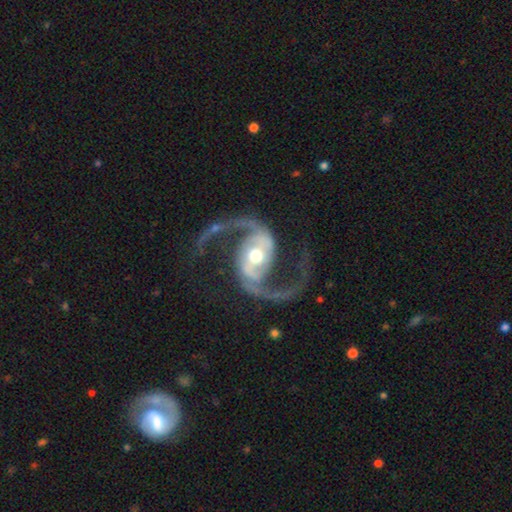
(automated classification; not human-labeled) Q: Smooth or featured?
A: featured or disk (94%); runner-up: star or artifact (4%)
Q: Edge-on disk?
A: no (98%); runner-up: yes (2%)
Q: Bar?
A: no (37%); runner-up: weak (32%)
Q: Spiral arms?
A: yes (98%); runner-up: no (2%)
Q: Spiral winding?
A: medium (52%); runner-up: loose (40%)
Q: Spiral arm count?
A: 2 (95%); runner-up: can't tell (1%)
Q: Bulge size?
A: moderate (70%); runner-up: small (16%)
Q: Merging?
A: none (81%); runner-up: minor disturbance (11%)